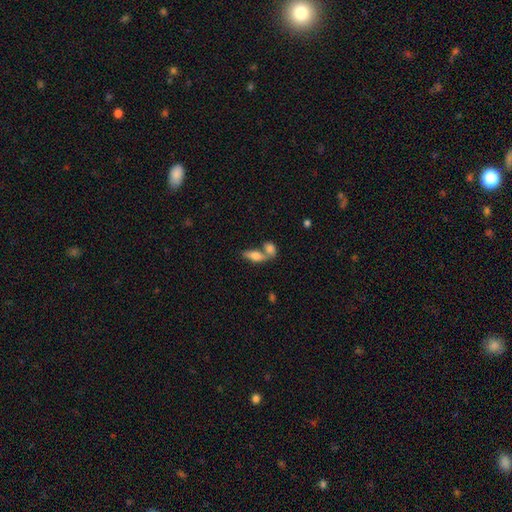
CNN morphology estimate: Q: Smooth or featured?
A: smooth (73%); runner-up: featured or disk (19%)
Q: How rounded?
A: in between (78%); runner-up: cigar-shaped (17%)
Q: Merging?
A: merger (55%); runner-up: none (32%)